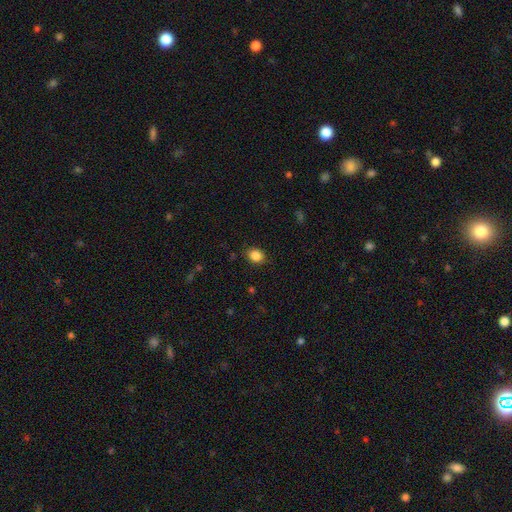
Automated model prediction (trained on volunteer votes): A smooth galaxy with no disk features (86%) that is round (55%).

Vote fractions:
- Smooth or featured? smooth: 86% / star or artifact: 10% / featured or disk: 4%
- How rounded? round: 55% / in between: 44% / cigar-shaped: 1%
- Merging? none: 86% / minor disturbance: 10% / major disturbance: 3% / merger: 1%